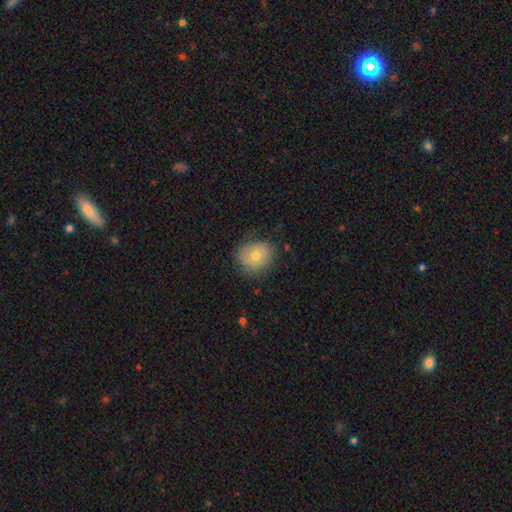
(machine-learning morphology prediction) Smooth or featured: smooth — 71% (featured or disk — 19%)
How rounded: round — 74% (in between — 25%)
Merging: none — 76% (minor disturbance — 18%)